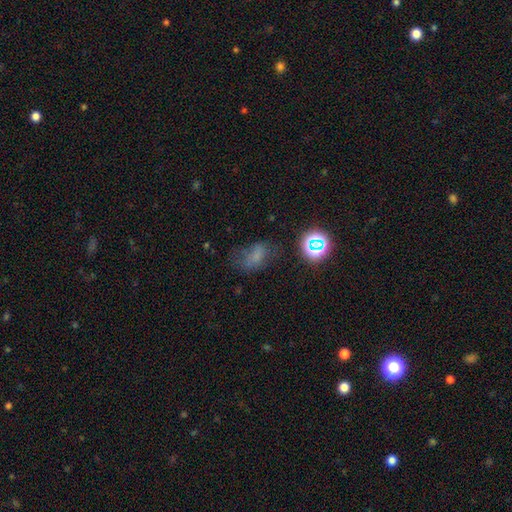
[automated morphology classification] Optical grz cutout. It shows a smooth galaxy with no disk features (57%) that is in between round and cigar-shaped (78%). Merging: none (44%).